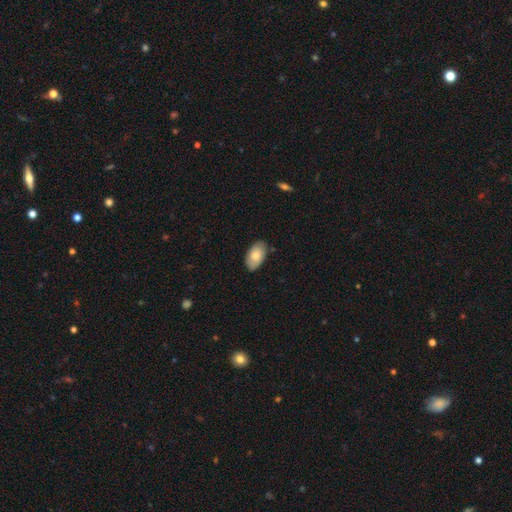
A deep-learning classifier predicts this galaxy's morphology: Smooth or featured?
  - smooth: 79% *
  - featured or disk: 15%
  - star or artifact: 6%
How rounded?
  - in between: 94% *
  - round: 4%
  - cigar-shaped: 1%
Merging?
  - none: 83% *
  - minor disturbance: 14%
  - major disturbance: 2%
  - merger: 1%